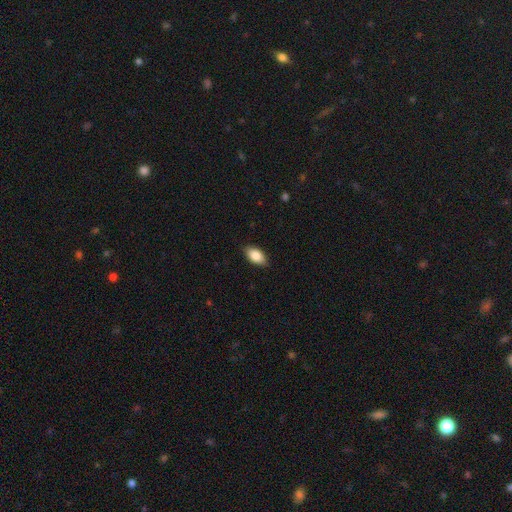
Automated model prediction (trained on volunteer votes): Smooth or featured?
  - smooth: 86% *
  - featured or disk: 7%
  - star or artifact: 7%
How rounded?
  - in between: 93% *
  - round: 4%
  - cigar-shaped: 3%
Merging?
  - none: 86% *
  - minor disturbance: 11%
  - major disturbance: 2%
  - merger: 1%